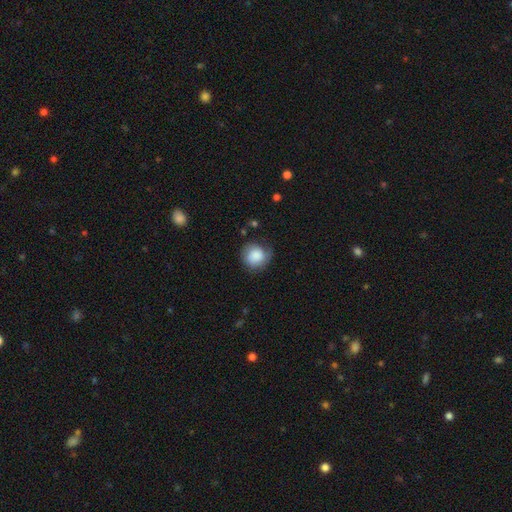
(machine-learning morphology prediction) Smooth or featured? Predicted: smooth (p=0.77). How rounded? Predicted: round (p=0.88). Merging? Predicted: none (p=0.63).